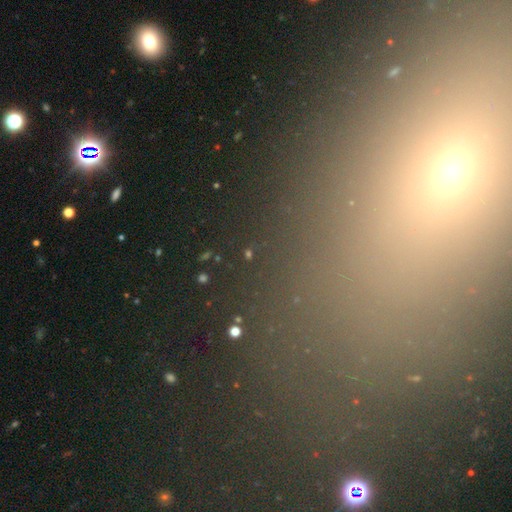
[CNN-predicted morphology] The model was most divided on "smooth or featured": star or artifact: 58%, smooth: 28%, featured or disk: 14%.